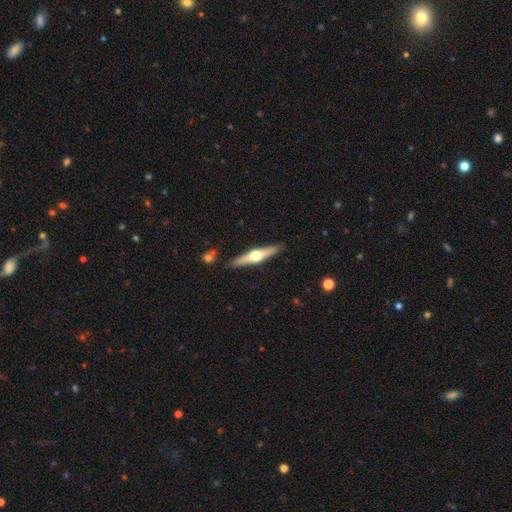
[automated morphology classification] Overall: featured or disk (70%). Edge-on disk: yes (97%). Edge-on bulge: rounded (95%). Merging: none (89%).